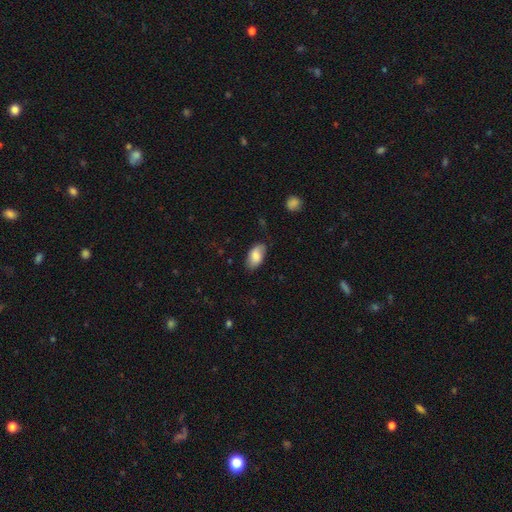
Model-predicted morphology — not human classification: This is likely a smooth galaxy (80%). How rounded: clearly in between (94%). Merging: likely none (74%).